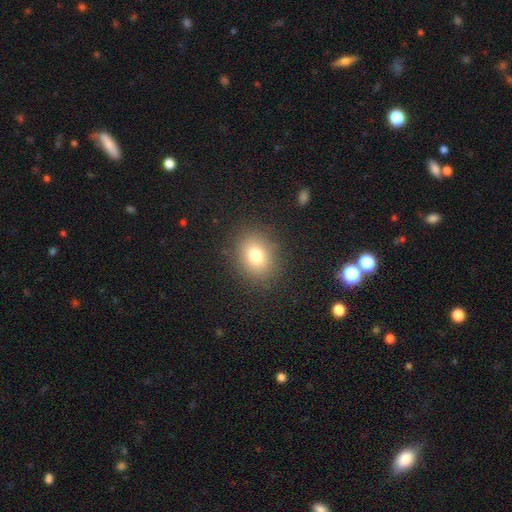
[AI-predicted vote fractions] smooth_or_featured: smooth (p=0.77) [alt: star or artifact p=0.13]
how_rounded: in between (p=0.51) [alt: round p=0.48]
merging: none (p=0.86) [alt: minor disturbance p=0.09]